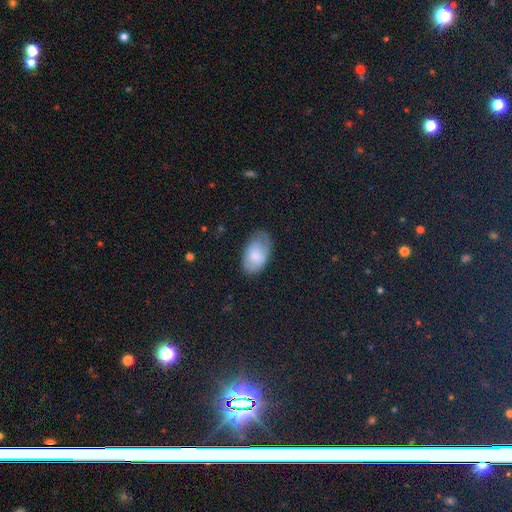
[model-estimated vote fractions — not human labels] smooth_or_featured: smooth (p=0.73) [alt: featured or disk p=0.19]
how_rounded: in between (p=0.93) [alt: round p=0.05]
merging: none (p=0.61) [alt: minor disturbance p=0.29]